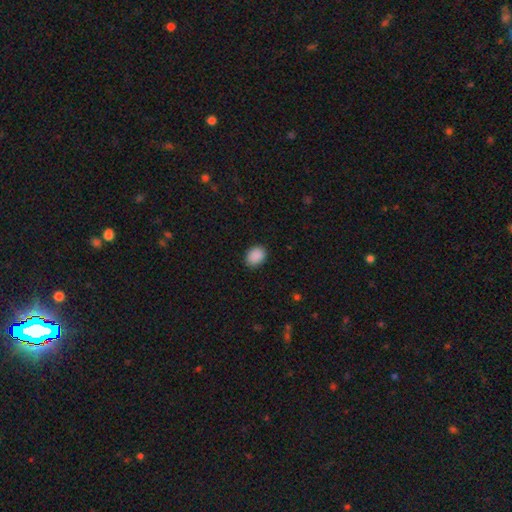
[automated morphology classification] This is clearly a smooth galaxy (90%). How rounded: likely in between (63%). Merging: clearly none (88%).